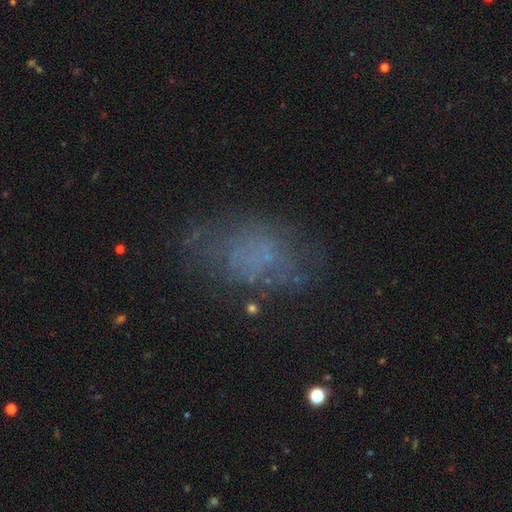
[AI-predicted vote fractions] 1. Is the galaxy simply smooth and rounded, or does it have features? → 51% smooth, 31% featured or disk, 18% star or artifact.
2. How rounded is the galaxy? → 84% in between, 14% round, 2% cigar-shaped.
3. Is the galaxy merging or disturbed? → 62% none, 21% minor disturbance, 15% major disturbance, 2% merger.